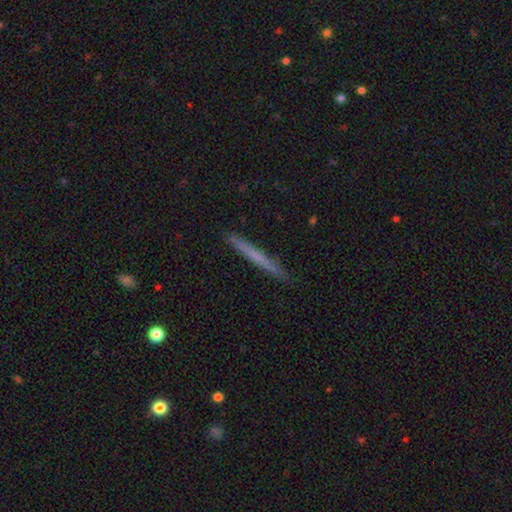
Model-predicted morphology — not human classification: smooth 56%, featured or disk 38%, star or artifact 6%. Down the decision tree: how rounded — cigar-shaped (97%); merging — none (92%).